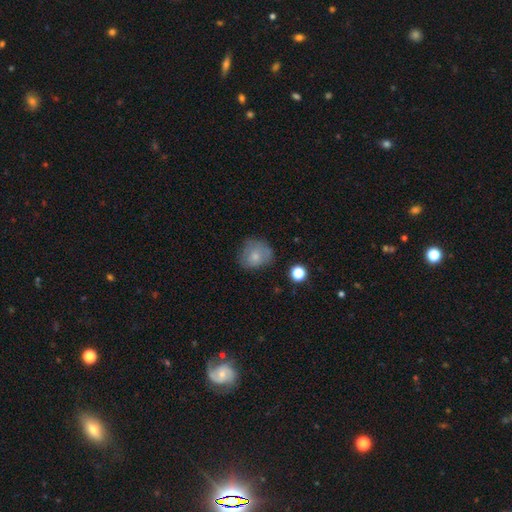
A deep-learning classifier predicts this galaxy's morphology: This appears to be a smooth galaxy with no disk features (71%) that is round (74%). Merging: none (61%).